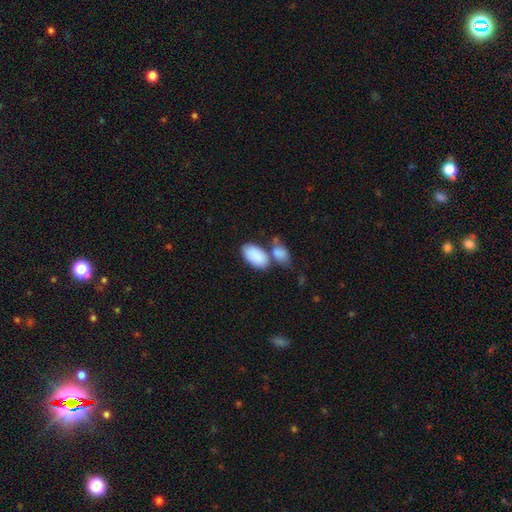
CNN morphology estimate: Smooth or featured?
  - smooth: 88% *
  - featured or disk: 7%
  - star or artifact: 6%
How rounded?
  - in between: 95% *
  - round: 3%
  - cigar-shaped: 2%
Merging?
  - none: 42% *
  - merger: 40%
  - minor disturbance: 13%
  - major disturbance: 5%